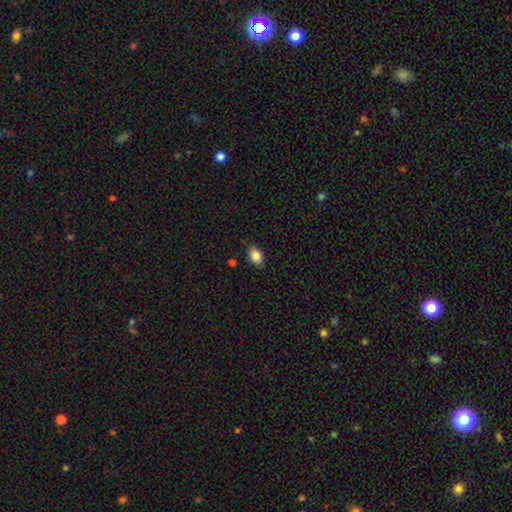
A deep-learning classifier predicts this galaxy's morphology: Smooth or featured: smooth — 86% (star or artifact — 8%)
How rounded: in between — 84% (round — 15%)
Merging: none — 85% (minor disturbance — 11%)